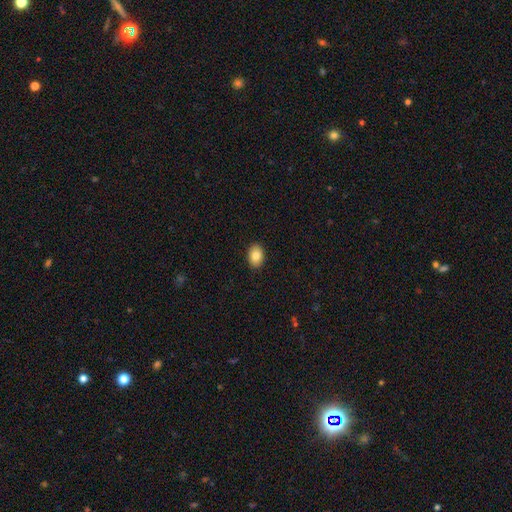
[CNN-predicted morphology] This appears to be a smooth galaxy with no disk features (84%) that is in between round and cigar-shaped (79%). Merging: none (90%).